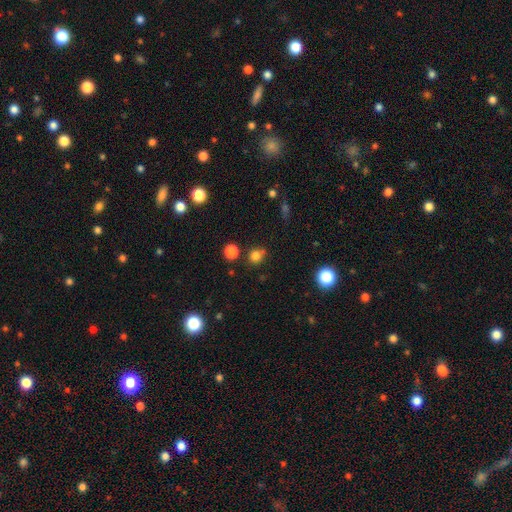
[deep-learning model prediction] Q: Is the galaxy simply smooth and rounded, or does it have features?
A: smooth — 79%.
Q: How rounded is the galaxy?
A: round — 82%.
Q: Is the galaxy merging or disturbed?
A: none — 68%.